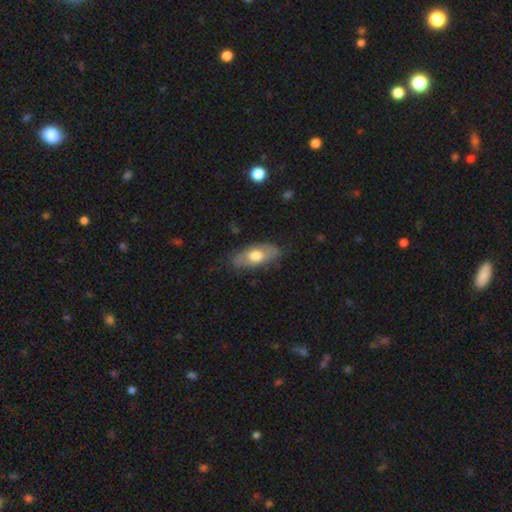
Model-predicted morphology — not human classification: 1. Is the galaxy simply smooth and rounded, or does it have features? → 59% smooth, 36% featured or disk, 5% star or artifact.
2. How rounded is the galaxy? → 87% in between, 9% cigar-shaped, 4% round.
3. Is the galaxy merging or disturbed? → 77% none, 18% minor disturbance, 4% major disturbance, 1% merger.